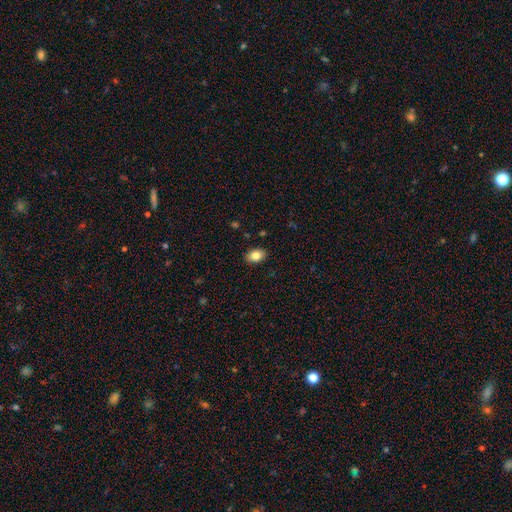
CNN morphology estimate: Smooth or featured?
  - smooth: 82% *
  - featured or disk: 9%
  - star or artifact: 8%
How rounded?
  - in between: 87% *
  - round: 12%
  - cigar-shaped: 1%
Merging?
  - none: 88% *
  - minor disturbance: 9%
  - major disturbance: 2%
  - merger: 1%